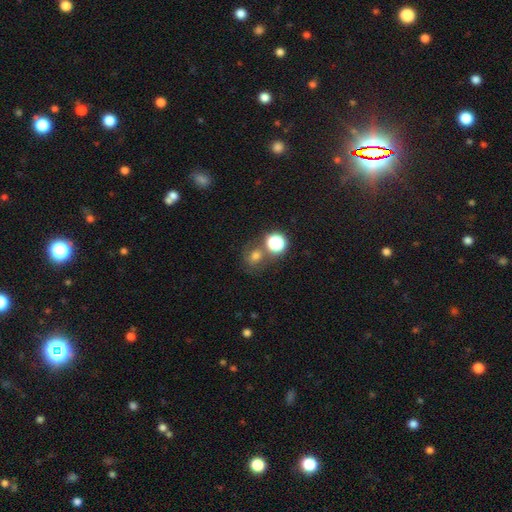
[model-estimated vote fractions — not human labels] This is likely a smooth galaxy (61%). How rounded: likely round (70%). Merging: possibly none (54%).